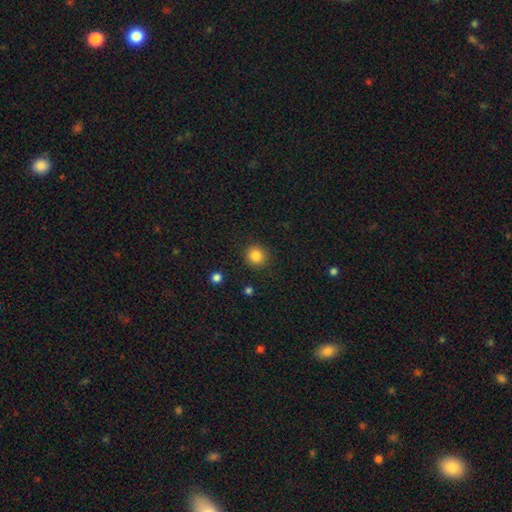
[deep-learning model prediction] A smooth galaxy with no disk features (85%) that is round (91%). Merging: none (89%).